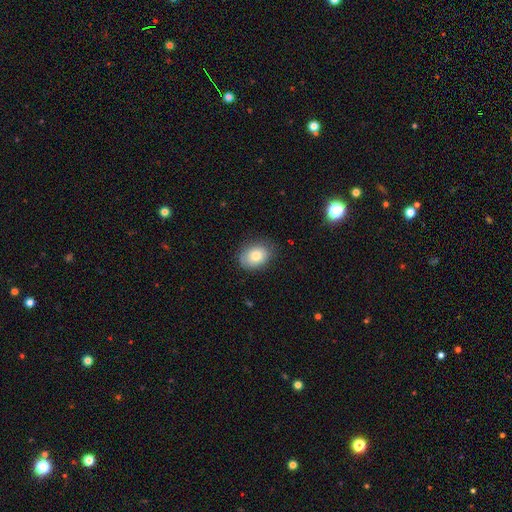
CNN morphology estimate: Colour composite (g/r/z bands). It shows a smooth galaxy with no disk features (78%) that is in between round and cigar-shaped (69%). Merging: none (78%).